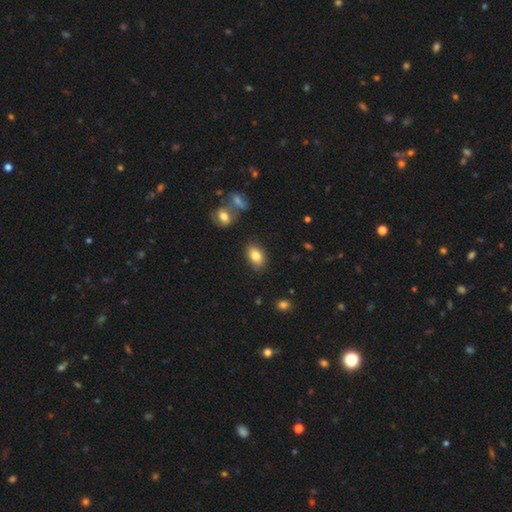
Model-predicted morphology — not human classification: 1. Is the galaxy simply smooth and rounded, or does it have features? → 82% smooth, 10% featured or disk, 9% star or artifact.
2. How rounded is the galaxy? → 87% in between, 12% round, 2% cigar-shaped.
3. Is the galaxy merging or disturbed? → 84% none, 11% minor disturbance, 3% merger, 3% major disturbance.